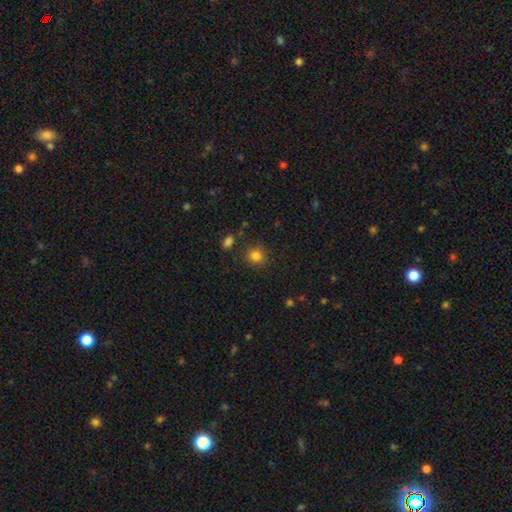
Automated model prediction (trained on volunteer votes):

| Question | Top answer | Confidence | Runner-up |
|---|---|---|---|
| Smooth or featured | smooth | 83% | star or artifact (12%) |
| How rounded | round | 89% | in between (10%) |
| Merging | none | 86% | minor disturbance (9%) |